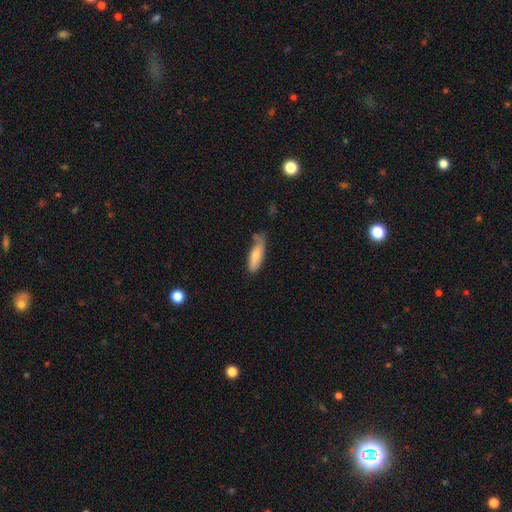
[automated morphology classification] Smooth or featured?
  - smooth: 76% *
  - featured or disk: 18%
  - star or artifact: 6%
How rounded?
  - in between: 50% *
  - cigar-shaped: 49%
  - round: 2%
Merging?
  - none: 56% *
  - minor disturbance: 33%
  - major disturbance: 7%
  - merger: 5%